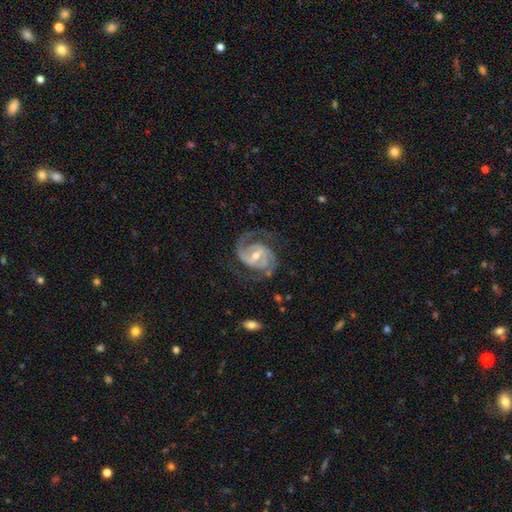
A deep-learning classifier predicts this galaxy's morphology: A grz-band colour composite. It shows a featured or disk galaxy (92%) with a weak bar (50%), 2 (85%) medium (54%) spiral arms (98%) and a moderate central bulge (58%). Merging: none (74%).